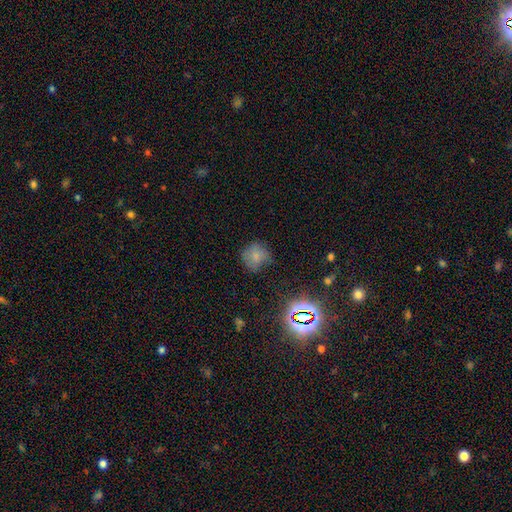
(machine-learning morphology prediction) Q: Smooth or featured?
A: smooth (73%); runner-up: star or artifact (18%)
Q: How rounded?
A: round (88%); runner-up: in between (11%)
Q: Merging?
A: none (71%); runner-up: minor disturbance (20%)